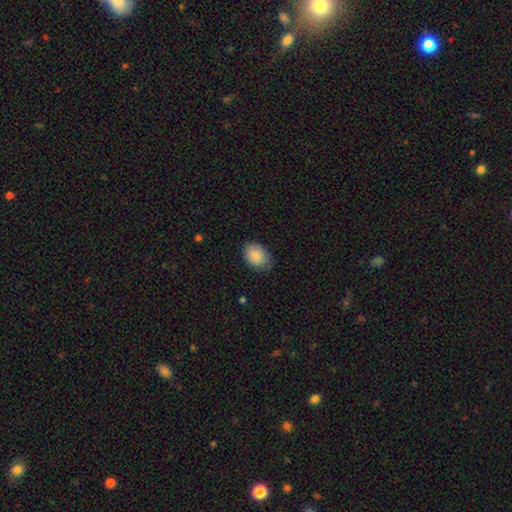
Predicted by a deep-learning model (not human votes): Smooth or featured?
  - smooth: 87% *
  - star or artifact: 7%
  - featured or disk: 6%
How rounded?
  - in between: 81% *
  - round: 18%
  - cigar-shaped: 1%
Merging?
  - none: 77% *
  - minor disturbance: 19%
  - major disturbance: 3%
  - merger: 1%